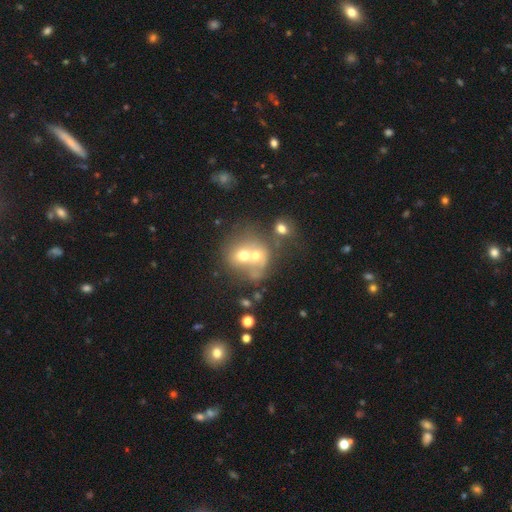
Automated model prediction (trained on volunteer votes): Smooth or featured: smooth — 55% (featured or disk — 31%)
How rounded: round — 68% (in between — 31%)
Merging: merger — 69% (none — 18%)